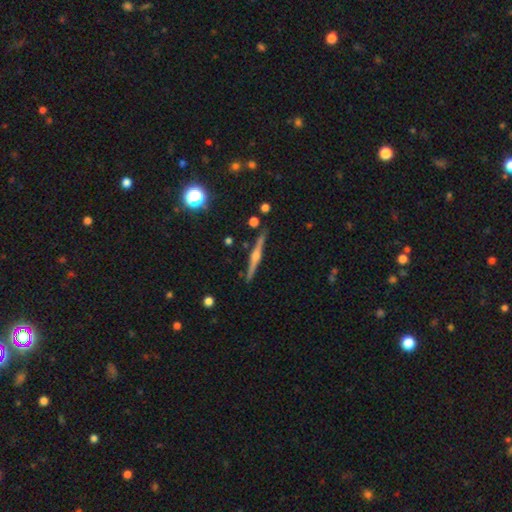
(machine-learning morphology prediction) smooth-or-featured: featured or disk: 75% | smooth: 17% | star or artifact: 8%
  disk-edge-on: yes: 98% | no: 2%
    edge-on-bulge: rounded: 84% | boxy: 9% | none: 7%
  merging: none: 90% | minor disturbance: 7% | merger: 2% | major disturbance: 1%